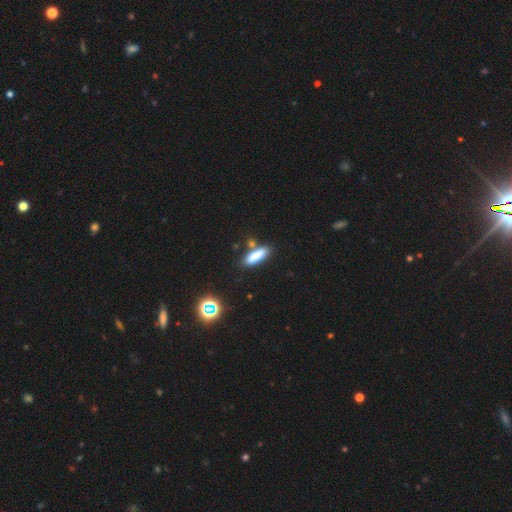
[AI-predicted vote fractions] smooth 81%, featured or disk 10%, star or artifact 9%. Down the decision tree: how rounded — cigar-shaped (62%); merging — none (73%).